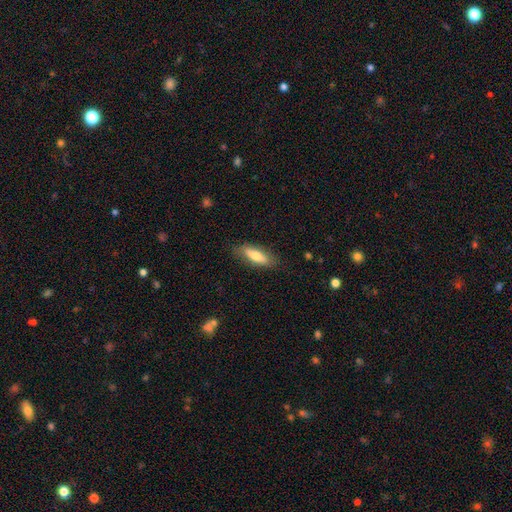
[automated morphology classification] A smooth galaxy with no disk features (71%) that is in between round and cigar-shaped (59%).

Vote fractions:
- Smooth or featured? smooth: 71% / featured or disk: 23% / star or artifact: 6%
- How rounded? in between: 59% / cigar-shaped: 39% / round: 2%
- Merging? none: 81% / minor disturbance: 14% / major disturbance: 3% / merger: 1%